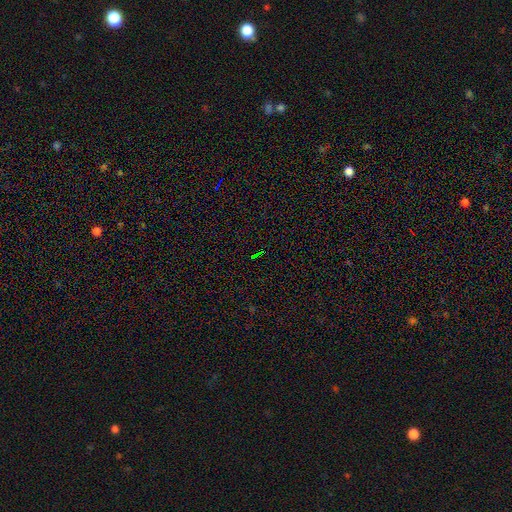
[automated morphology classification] The model was most divided on "smooth or featured": star or artifact: 73%, smooth: 17%, featured or disk: 10%.